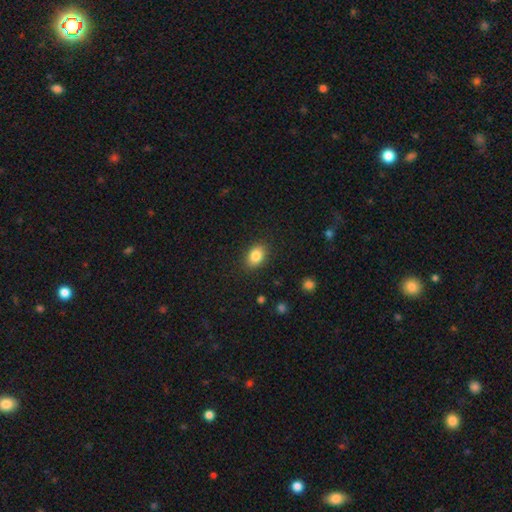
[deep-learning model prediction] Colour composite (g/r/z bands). It shows a smooth galaxy with no disk features (85%) that is in between round and cigar-shaped (77%). Merging: none (87%).